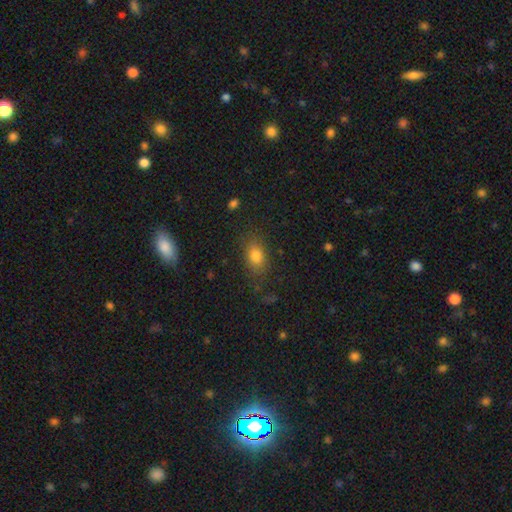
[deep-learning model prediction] A smooth galaxy with no disk features (78%) that is in between round and cigar-shaped (77%).

Vote fractions:
- Smooth or featured? smooth: 78% / star or artifact: 12% / featured or disk: 10%
- How rounded? in between: 77% / round: 20% / cigar-shaped: 4%
- Merging? none: 76% / minor disturbance: 16% / major disturbance: 6% / merger: 2%